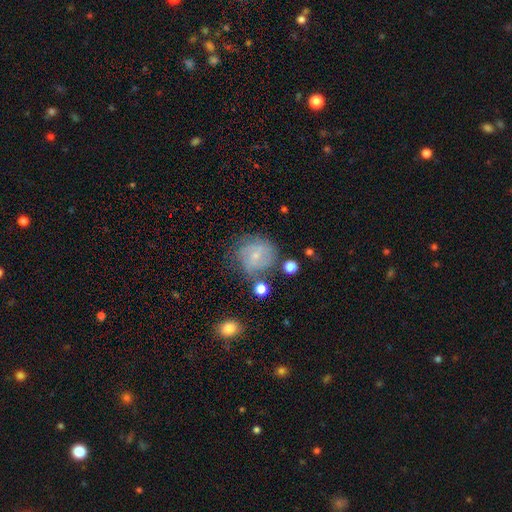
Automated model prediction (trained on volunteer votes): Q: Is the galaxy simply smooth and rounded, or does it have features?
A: featured or disk — 50%.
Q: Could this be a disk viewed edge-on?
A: no — 97%.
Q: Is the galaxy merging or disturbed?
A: none — 59%.